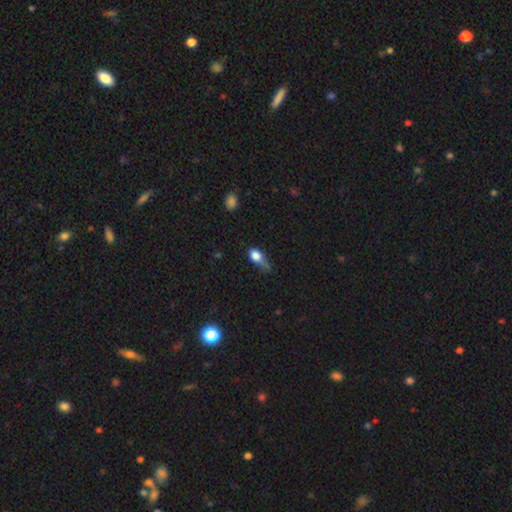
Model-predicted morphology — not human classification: Overall: smooth (75%). How rounded: in between (61%; round 29%). Merging: minor disturbance (38%; major disturbance 32%).